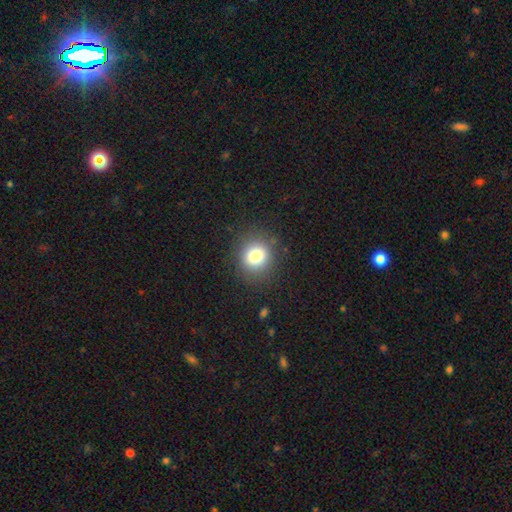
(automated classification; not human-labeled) Smooth or featured: smooth — 80% (star or artifact — 12%)
How rounded: round — 82% (in between — 17%)
Merging: none — 86% (minor disturbance — 9%)